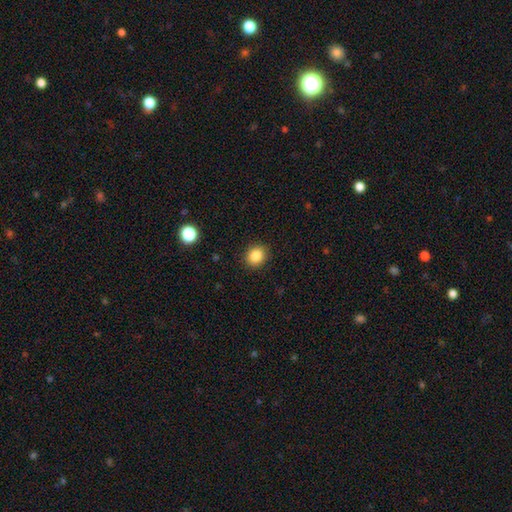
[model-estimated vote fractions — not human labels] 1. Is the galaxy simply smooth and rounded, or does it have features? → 86% smooth, 10% star or artifact, 4% featured or disk.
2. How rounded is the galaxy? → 68% round, 31% in between, 1% cigar-shaped.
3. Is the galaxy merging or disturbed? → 90% none, 7% minor disturbance, 2% major disturbance, 1% merger.